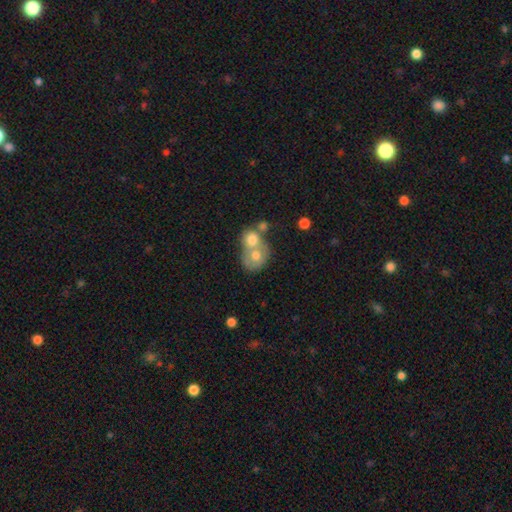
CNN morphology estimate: Smooth or featured? Predicted: smooth (p=0.64). How rounded? Predicted: round (p=0.61). Merging? Predicted: merger (p=0.72).